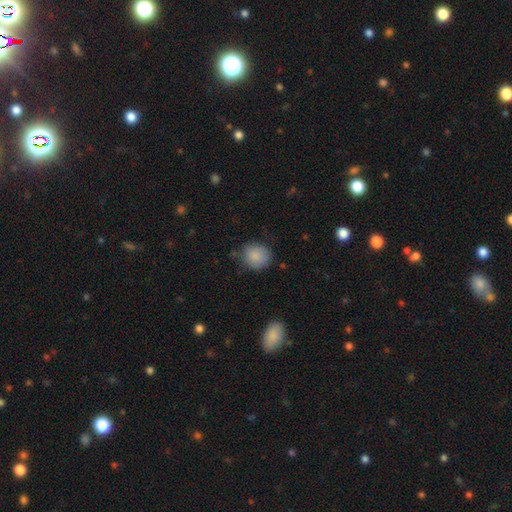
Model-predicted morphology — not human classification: Smooth or featured? smooth (86%)
How rounded? round (78%)
Merging? none (72%)